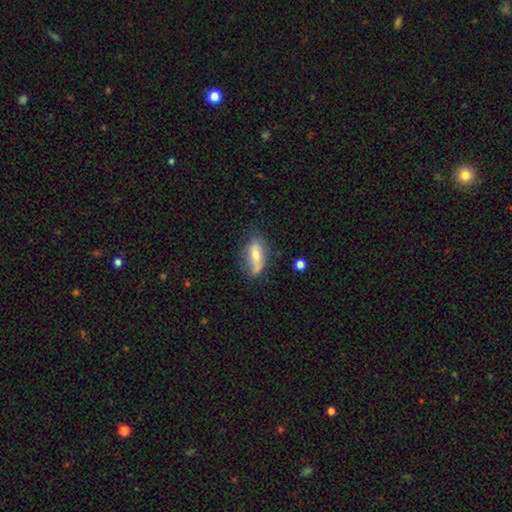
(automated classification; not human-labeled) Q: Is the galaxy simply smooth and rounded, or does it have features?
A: smooth — 58%.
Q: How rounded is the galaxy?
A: in between — 83%.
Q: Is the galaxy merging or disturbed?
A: none — 56%.